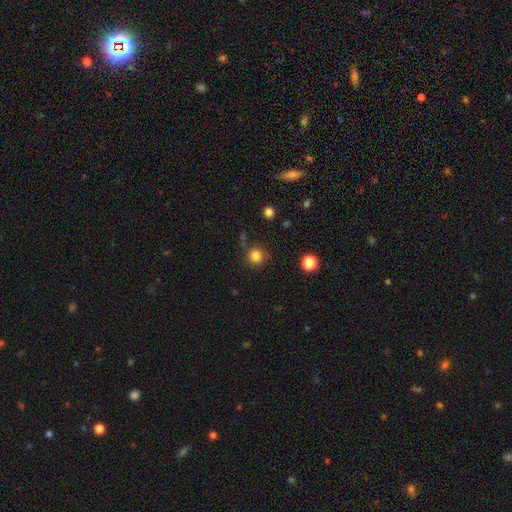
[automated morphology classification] Smooth or featured? Predicted: smooth (p=0.83). How rounded? Predicted: round (p=0.93). Merging? Predicted: none (p=0.81).